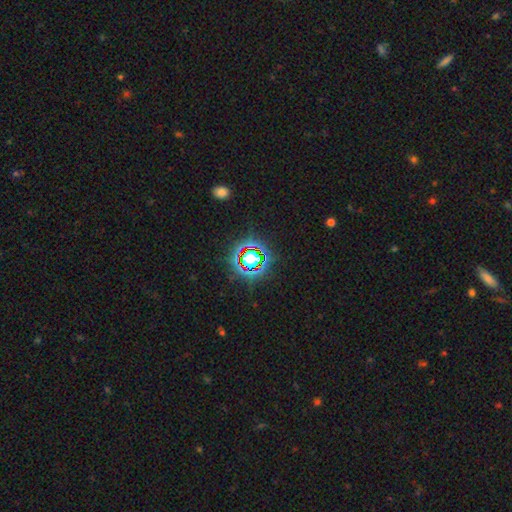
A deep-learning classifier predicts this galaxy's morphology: type=star or artifact (78%).